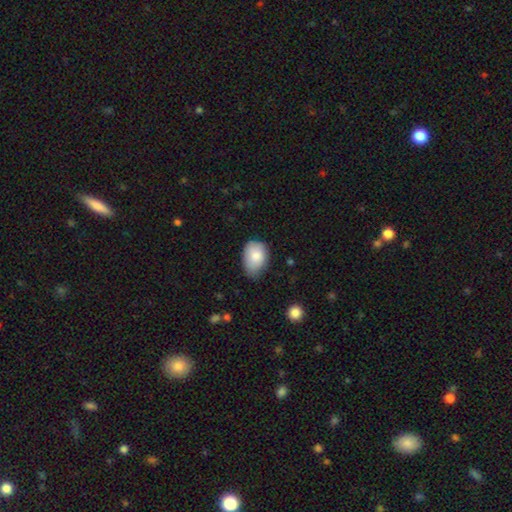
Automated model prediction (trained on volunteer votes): A smooth galaxy with no disk features (82%) that is in between round and cigar-shaped (80%). Merging: none (51%).